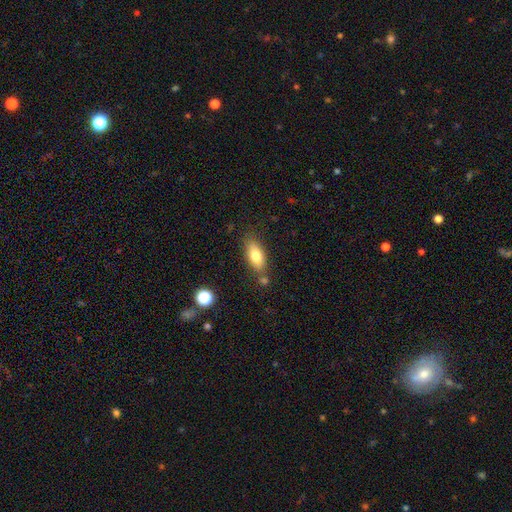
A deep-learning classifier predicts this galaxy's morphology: Smooth or featured?
  - smooth: 78% *
  - featured or disk: 15%
  - star or artifact: 8%
How rounded?
  - in between: 84% *
  - cigar-shaped: 12%
  - round: 4%
Merging?
  - none: 71% *
  - minor disturbance: 16%
  - merger: 9%
  - major disturbance: 4%